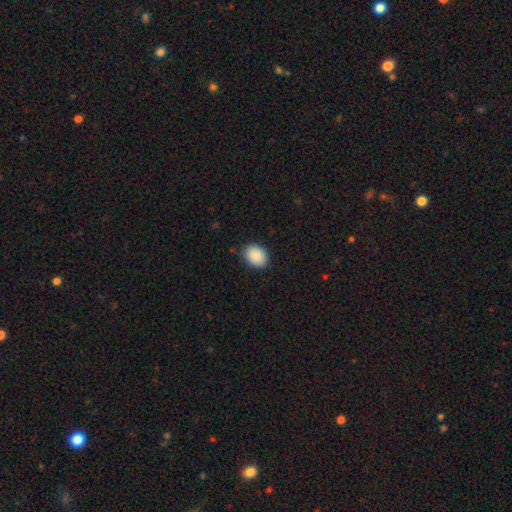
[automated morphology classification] smooth-or-featured: smooth: 91% | star or artifact: 7% | featured or disk: 3%
  how-rounded: in between: 69% | round: 31% | cigar-shaped: 1%
  merging: none: 86% | minor disturbance: 11% | major disturbance: 2% | merger: 1%